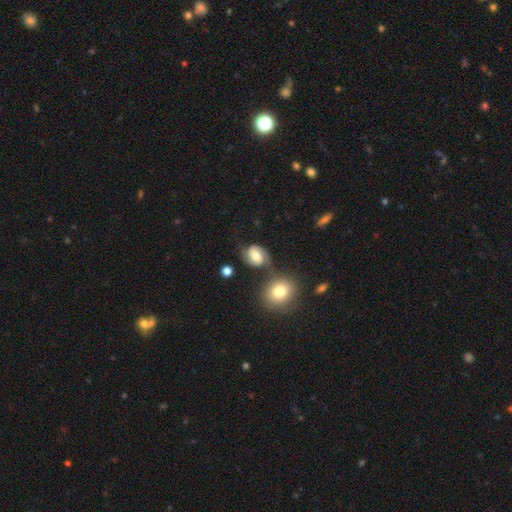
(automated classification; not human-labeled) Smooth or featured? Predicted: featured or disk (p=0.63). Edge-on disk? Predicted: no (p=0.97). Bar? Predicted: weak (p=0.48). Spiral arms? Predicted: yes (p=0.89). Spiral winding? Predicted: medium (p=0.52). Spiral arm count? Predicted: 2 (p=0.89). Bulge size? Predicted: moderate (p=0.63). Merging? Predicted: none (p=0.65).